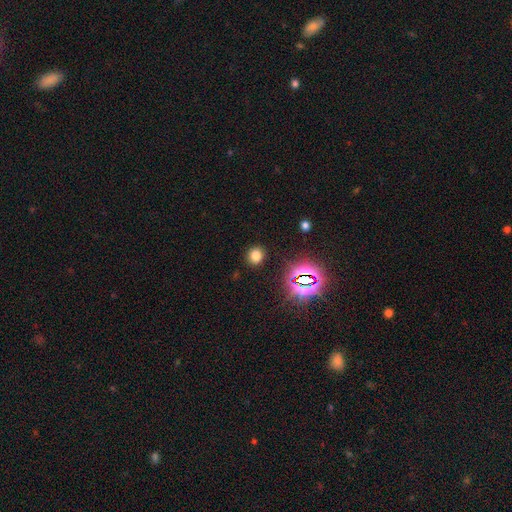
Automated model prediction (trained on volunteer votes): This appears to be a smooth galaxy with no disk features (71%) that is round (77%). Merging: none (89%).